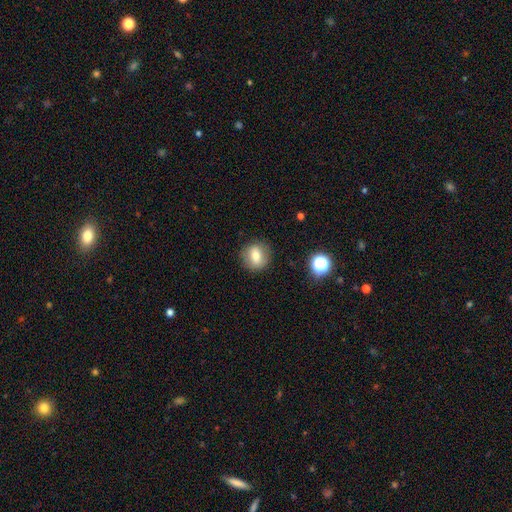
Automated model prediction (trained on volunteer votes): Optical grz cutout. It shows a smooth galaxy with no disk features (69%) that is round (76%). Merging: none (86%).